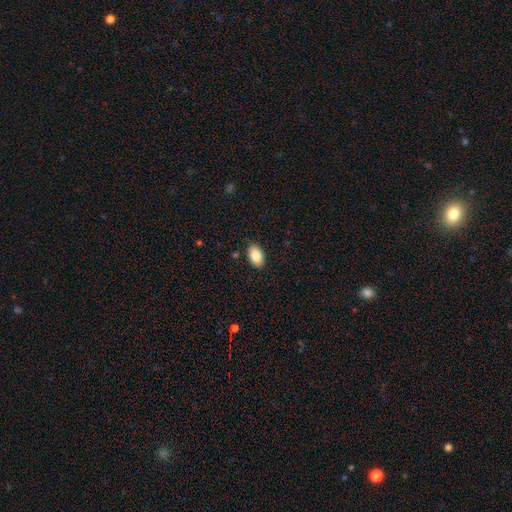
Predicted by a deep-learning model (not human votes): Q: Smooth or featured?
A: smooth (86%); runner-up: featured or disk (7%)
Q: How rounded?
A: in between (93%); runner-up: round (6%)
Q: Merging?
A: none (88%); runner-up: minor disturbance (9%)